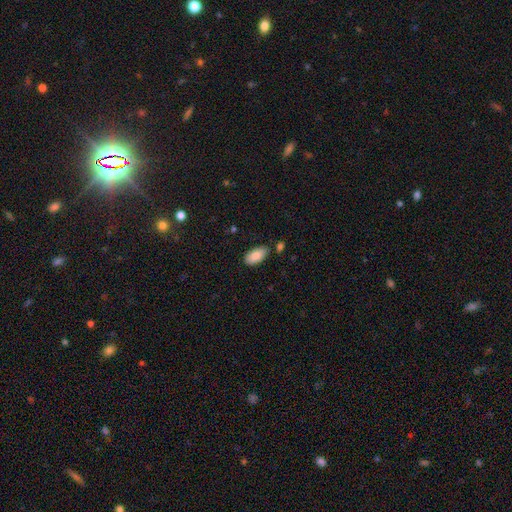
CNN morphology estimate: smooth_or_featured: smooth (p=0.87) [alt: featured or disk p=0.07]
how_rounded: in between (p=0.95) [alt: cigar-shaped p=0.03]
merging: none (p=0.78) [alt: minor disturbance p=0.14]